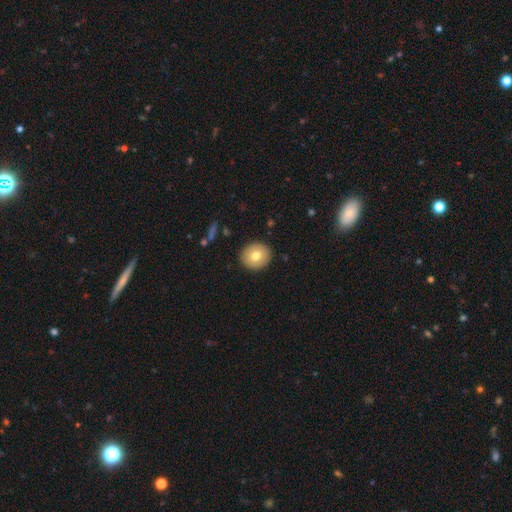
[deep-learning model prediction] A smooth galaxy with no disk features (74%) that is round (85%).

Vote fractions:
- Smooth or featured? smooth: 74% / featured or disk: 18% / star or artifact: 8%
- How rounded? round: 85% / in between: 14% / cigar-shaped: 1%
- Merging? none: 91% / minor disturbance: 6% / major disturbance: 2% / merger: 1%